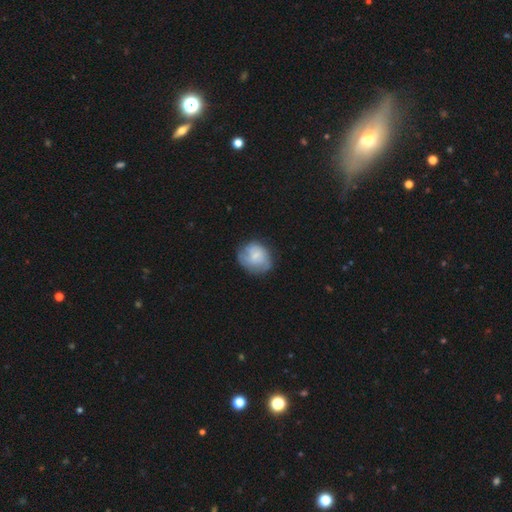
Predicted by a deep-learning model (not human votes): This appears to be a smooth galaxy with no disk features (52%) that is round (64%). Merging: none (64%).